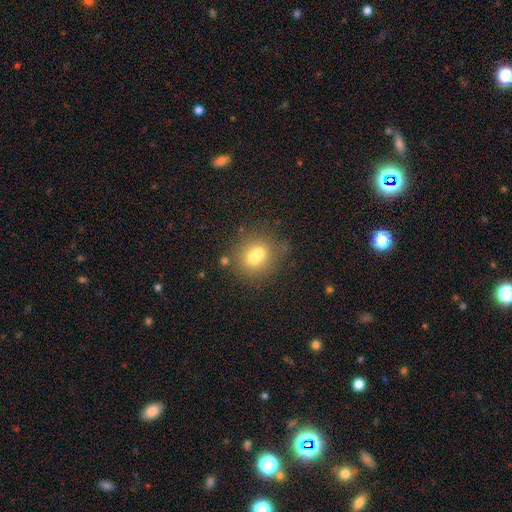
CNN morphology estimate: Smooth or featured?
  - smooth: 64% *
  - featured or disk: 24%
  - star or artifact: 13%
How rounded?
  - round: 75% *
  - in between: 24%
  - cigar-shaped: 1%
Merging?
  - merger: 46% *
  - none: 41%
  - minor disturbance: 10%
  - major disturbance: 4%